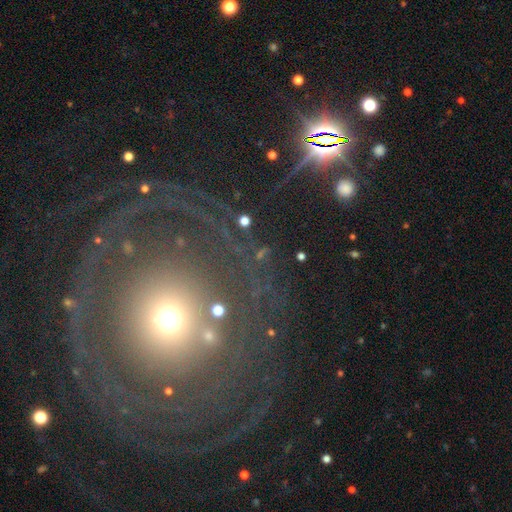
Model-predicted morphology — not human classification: Smooth or featured?
  - featured or disk: 50% *
  - smooth: 30%
  - star or artifact: 20%
Merging?
  - none: 75% *
  - major disturbance: 12%
  - minor disturbance: 10%
  - merger: 3%